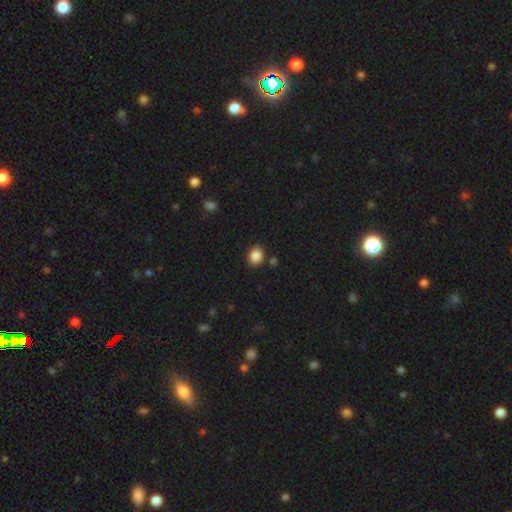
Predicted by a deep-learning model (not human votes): This appears to be a smooth galaxy with no disk features (87%) that is round (56%). Merging: none (84%).